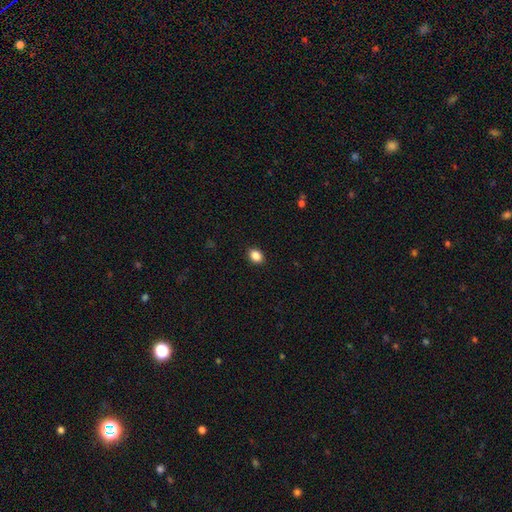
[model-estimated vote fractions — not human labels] smooth-or-featured: smooth: 87% | star or artifact: 9% | featured or disk: 4%
  how-rounded: in between: 60% | round: 39% | cigar-shaped: 1%
  merging: none: 90% | minor disturbance: 7% | major disturbance: 2% | merger: 1%